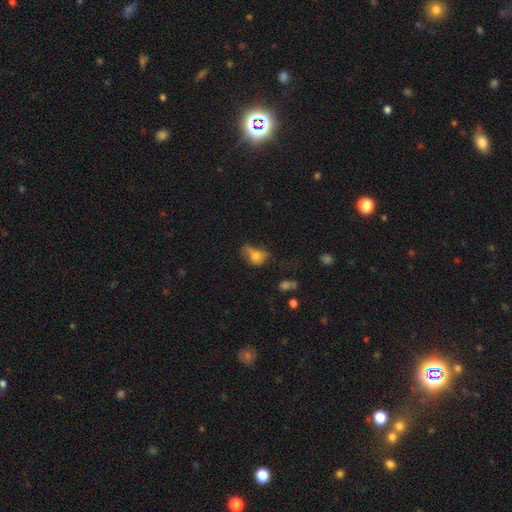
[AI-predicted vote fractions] The model was most divided on "merging": major disturbance: 38%, minor disturbance: 30%, none: 26%, merger: 5%. More confident: smooth or featured — smooth (67%); how rounded — in between (64%).